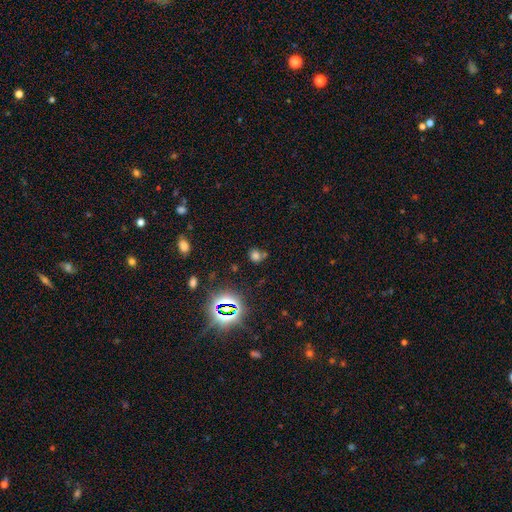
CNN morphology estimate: This appears to be a smooth galaxy with no disk features (62%) that is round (76%). Merging: none (63%).